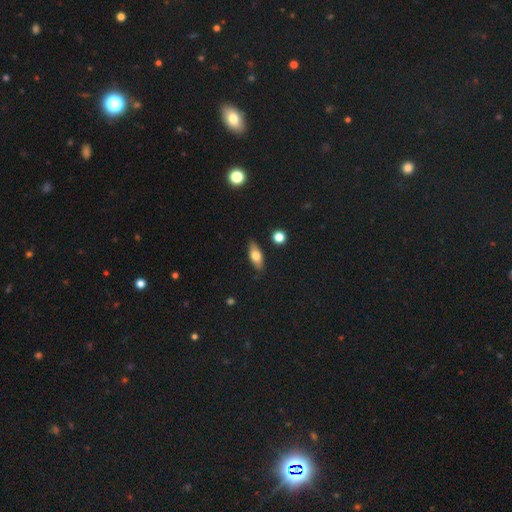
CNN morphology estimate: Smooth or featured?
  - smooth: 66% *
  - featured or disk: 26%
  - star or artifact: 7%
How rounded?
  - in between: 74% *
  - cigar-shaped: 22%
  - round: 4%
Merging?
  - none: 85% *
  - minor disturbance: 11%
  - major disturbance: 2%
  - merger: 2%